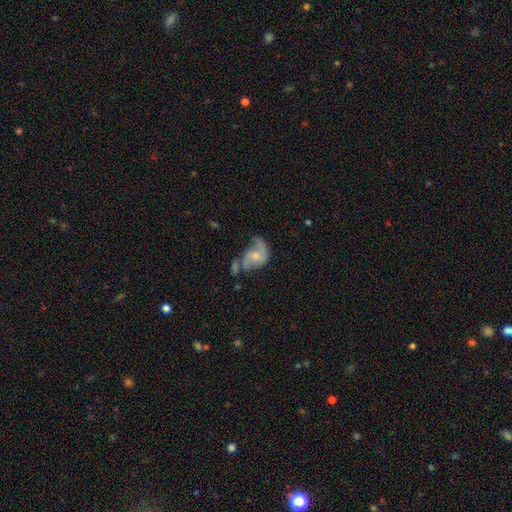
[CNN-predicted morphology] smooth-or-featured: featured or disk: 67% | smooth: 25% | star or artifact: 7%
  disk-edge-on: no: 97% | yes: 3%
    bar: no: 62% | weak: 32% | strong: 7%
    has-spiral-arms: yes: 84% | no: 16%
      spiral-winding: loose: 51% | medium: 37% | tight: 12%
      spiral-arm-count: 2: 73% | 1: 12% | can't tell: 9% | 3: 3% | 4: 1% | more than 4: 1%
    bulge-size: small: 49% | moderate: 40% | none: 6% | large: 3% | dominant: 1%
  merging: none: 32% | minor disturbance: 26% | major disturbance: 25% | merger: 17%